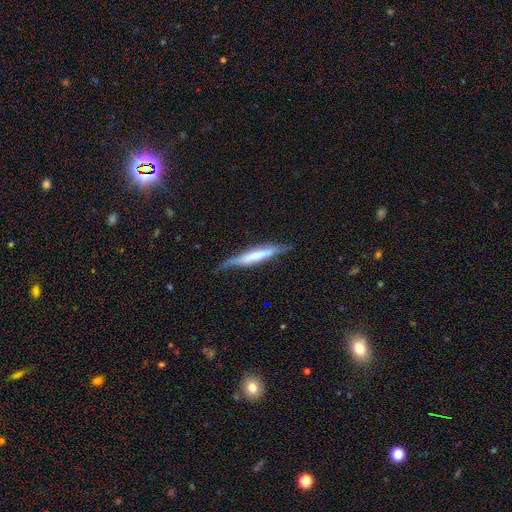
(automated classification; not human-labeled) Morphology: type=featured or disk (50%); merging=none (70%).